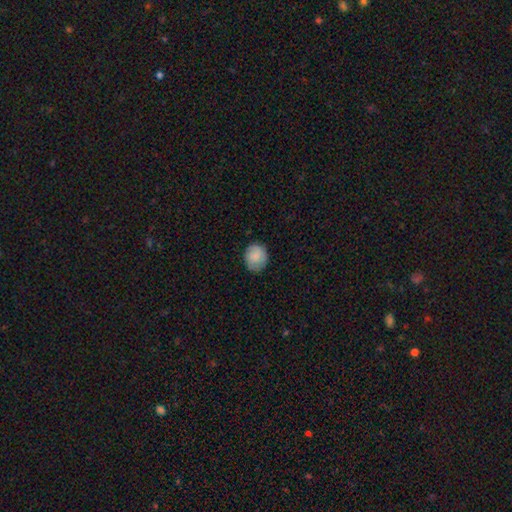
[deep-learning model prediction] The model was most divided on "how rounded": round: 69%, in between: 30%, cigar-shaped: 1%. More confident: smooth or featured — smooth (84%); merging — none (81%).